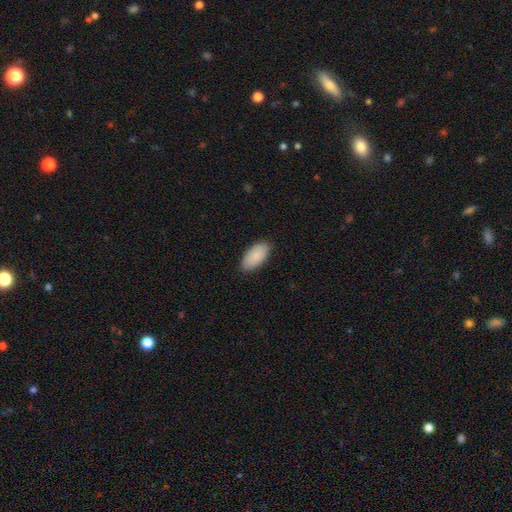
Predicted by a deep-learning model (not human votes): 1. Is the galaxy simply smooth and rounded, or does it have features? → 90% smooth, 6% star or artifact, 5% featured or disk.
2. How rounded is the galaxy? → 94% in between, 4% cigar-shaped, 2% round.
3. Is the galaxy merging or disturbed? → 86% none, 11% minor disturbance, 2% major disturbance, 1% merger.